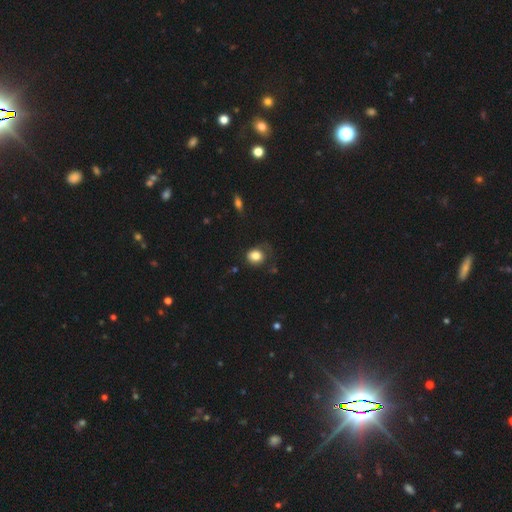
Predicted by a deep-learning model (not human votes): Smooth or featured: smooth — 81% (star or artifact — 10%)
How rounded: round — 67% (in between — 32%)
Merging: none — 60% (minor disturbance — 25%)